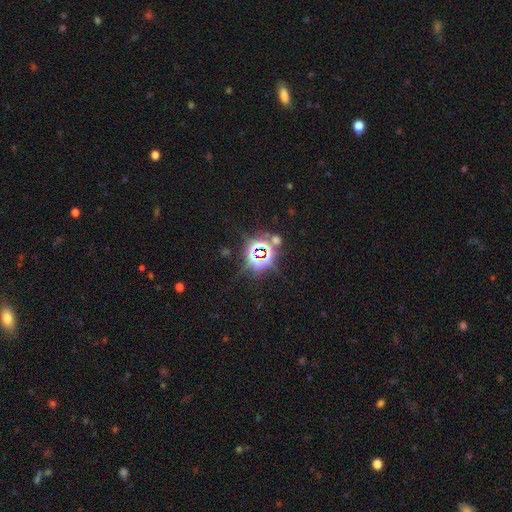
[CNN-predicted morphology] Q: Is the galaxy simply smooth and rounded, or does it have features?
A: star or artifact — 82%.